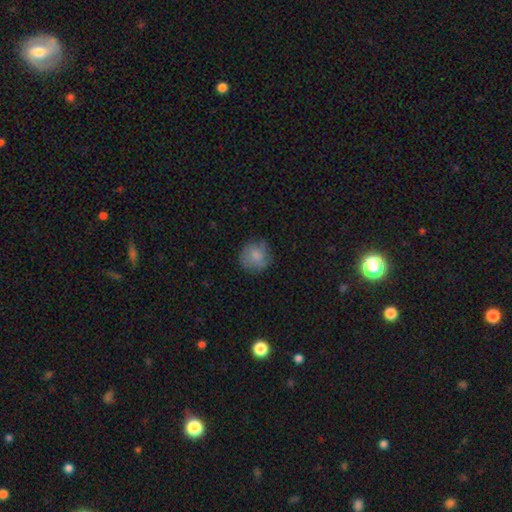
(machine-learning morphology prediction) smooth 78%, featured or disk 14%, star or artifact 8%. Down the decision tree: how rounded — round (89%); merging — none (72%).